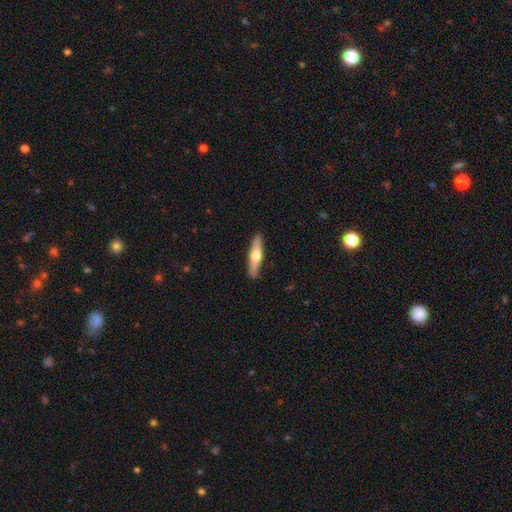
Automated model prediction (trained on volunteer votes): smooth 53%, featured or disk 41%, star or artifact 5%. Down the decision tree: how rounded — cigar-shaped (81%); merging — none (89%).